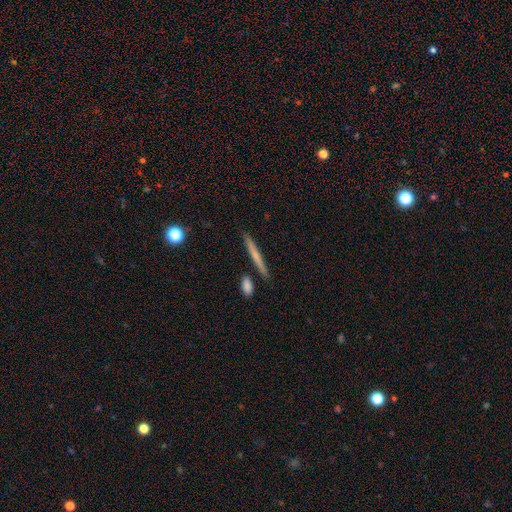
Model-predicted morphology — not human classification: Overall: smooth (54%; featured or disk 39%). How rounded: cigar-shaped (94%). Merging: none (85%).